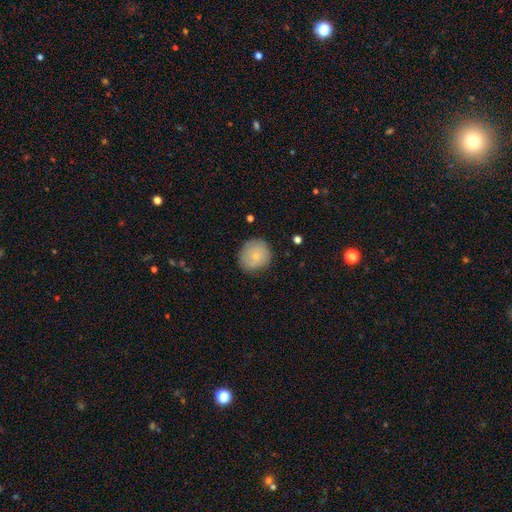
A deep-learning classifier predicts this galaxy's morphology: This appears to be a smooth galaxy with no disk features (74%) that is round (86%). Merging: none (81%).